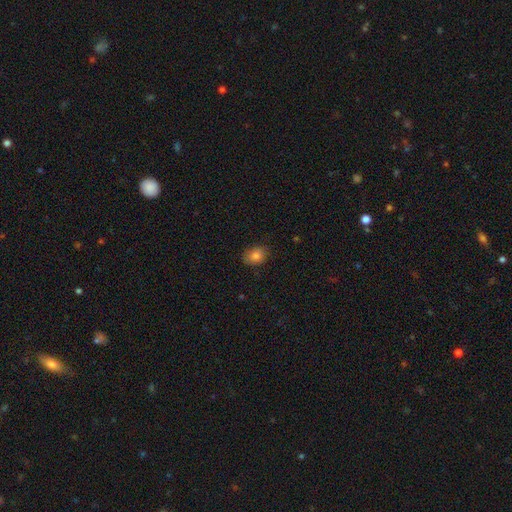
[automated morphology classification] Smooth or featured?
  - smooth: 82% *
  - star or artifact: 10%
  - featured or disk: 8%
How rounded?
  - in between: 61% *
  - round: 38%
  - cigar-shaped: 1%
Merging?
  - none: 83% *
  - minor disturbance: 14%
  - major disturbance: 2%
  - merger: 1%